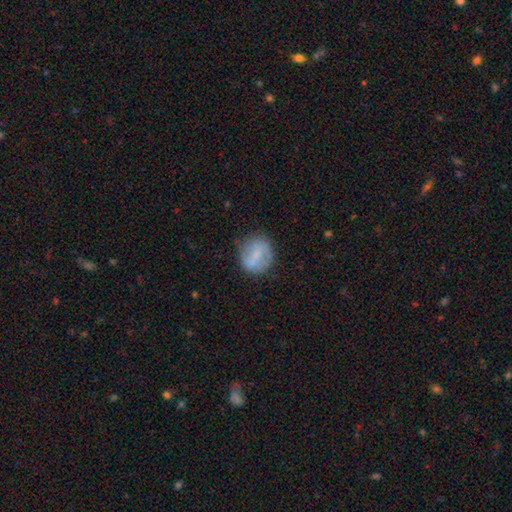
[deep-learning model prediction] Overall: smooth (59%; featured or disk 33%). How rounded: round (72%). Merging: none (71%).